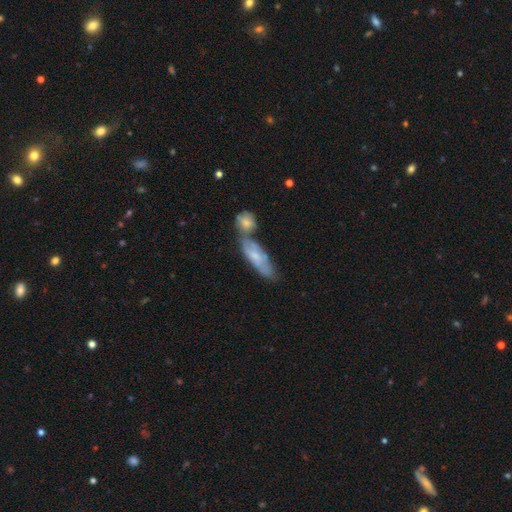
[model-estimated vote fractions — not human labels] Smooth or featured: smooth — 53% (featured or disk — 40%)
How rounded: in between — 49% (cigar-shaped — 48%)
Merging: merger — 50% (none — 30%)